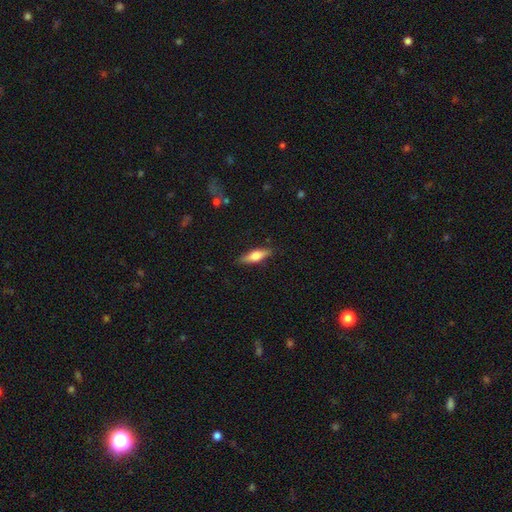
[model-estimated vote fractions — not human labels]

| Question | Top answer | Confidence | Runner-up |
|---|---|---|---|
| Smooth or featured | smooth | 54% | featured or disk (40%) |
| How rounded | cigar-shaped | 55% | in between (42%) |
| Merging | none | 87% | minor disturbance (10%) |